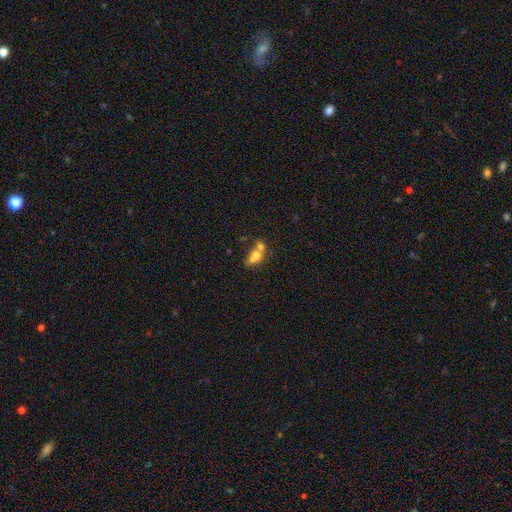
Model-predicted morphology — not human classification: smooth 59%, featured or disk 27%, star or artifact 13%. Down the decision tree: how rounded — in between (50%); merging — merger (63%).